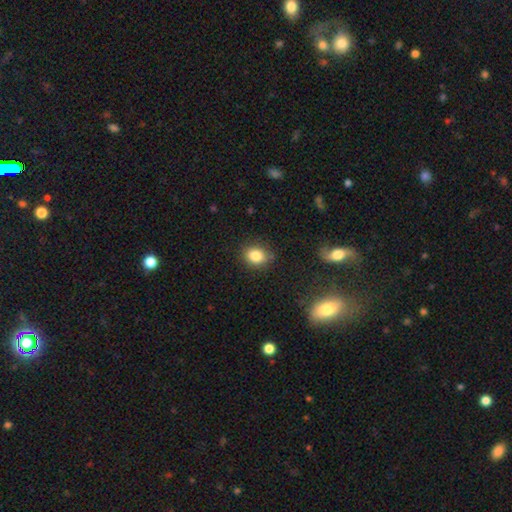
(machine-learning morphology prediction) Q: Smooth or featured?
A: smooth (84%); runner-up: star or artifact (11%)
Q: How rounded?
A: round (51%); runner-up: in between (48%)
Q: Merging?
A: none (83%); runner-up: minor disturbance (12%)